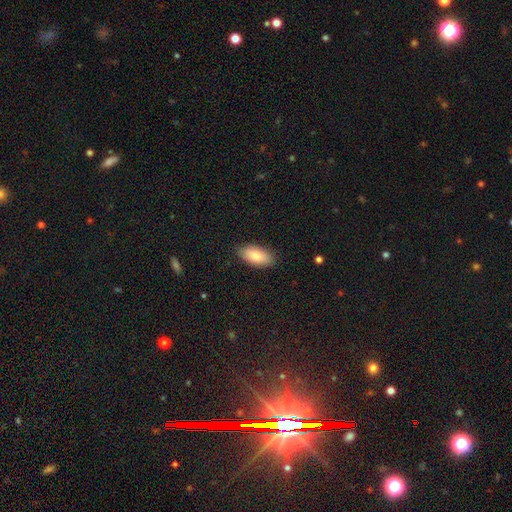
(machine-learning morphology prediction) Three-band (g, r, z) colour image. It shows a smooth galaxy with no disk features (86%) that is in between round and cigar-shaped (92%). Merging: none (86%).